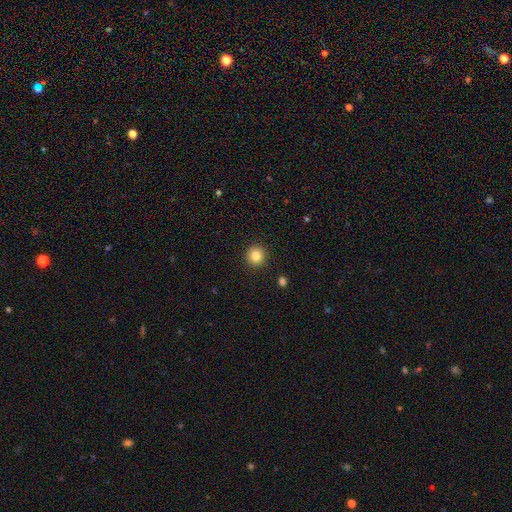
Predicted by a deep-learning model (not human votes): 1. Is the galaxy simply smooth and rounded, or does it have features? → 84% smooth, 11% star or artifact, 6% featured or disk.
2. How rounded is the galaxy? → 94% round, 5% in between, 1% cigar-shaped.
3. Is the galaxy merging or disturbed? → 92% none, 5% minor disturbance, 2% major disturbance, 1% merger.